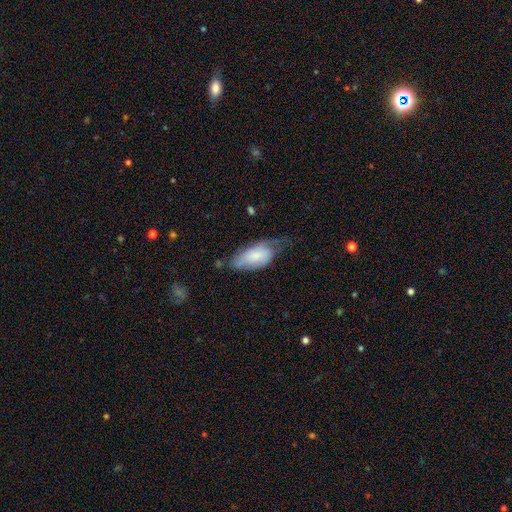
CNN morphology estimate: This is likely a smooth galaxy (71%). How rounded: clearly in between (90%). Merging: marginally minor disturbance (43%).